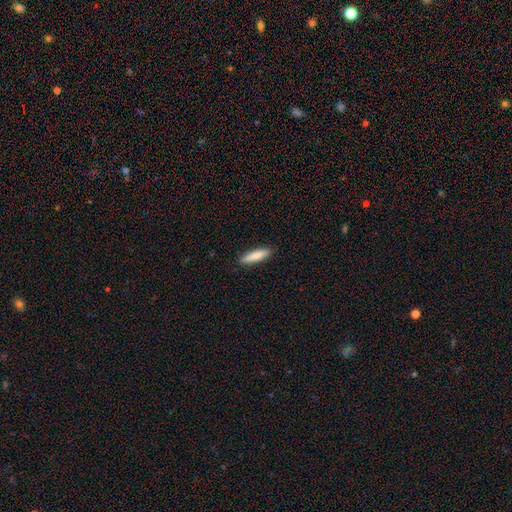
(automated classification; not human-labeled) Q: Smooth or featured?
A: smooth (84%); runner-up: featured or disk (10%)
Q: How rounded?
A: cigar-shaped (80%); runner-up: in between (19%)
Q: Merging?
A: none (90%); runner-up: minor disturbance (7%)